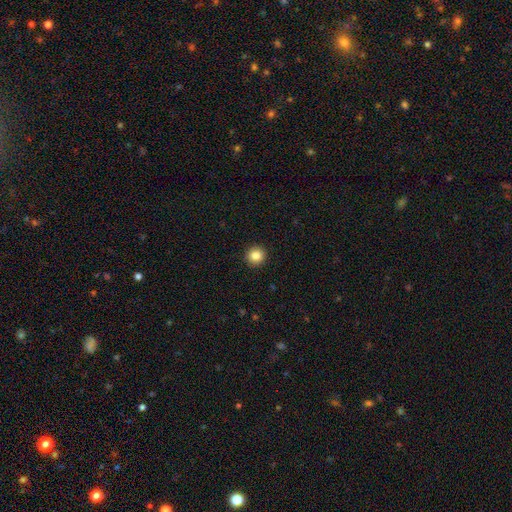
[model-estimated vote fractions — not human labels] Smooth or featured? Predicted: smooth (p=0.85). How rounded? Predicted: round (p=0.94). Merging? Predicted: none (p=0.93).